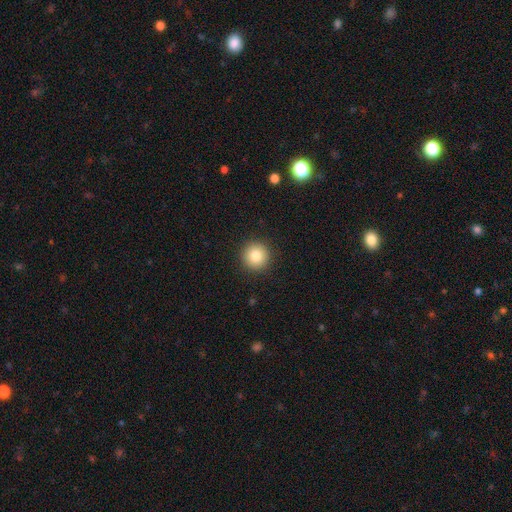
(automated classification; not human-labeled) Q: Smooth or featured?
A: smooth (83%); runner-up: star or artifact (10%)
Q: How rounded?
A: round (96%); runner-up: in between (3%)
Q: Merging?
A: none (92%); runner-up: minor disturbance (5%)